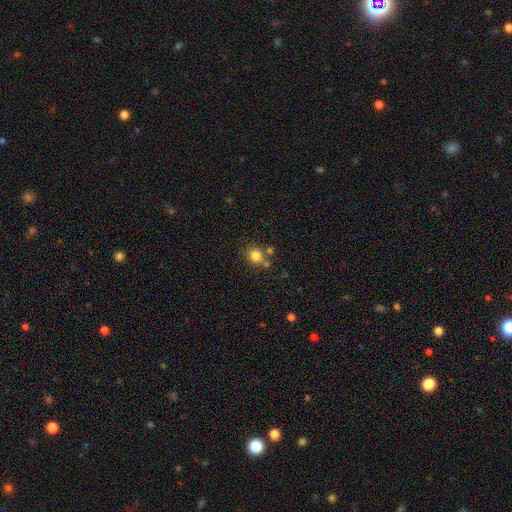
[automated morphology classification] type=smooth (81%); roundness=round (74%); merging=none (67%).